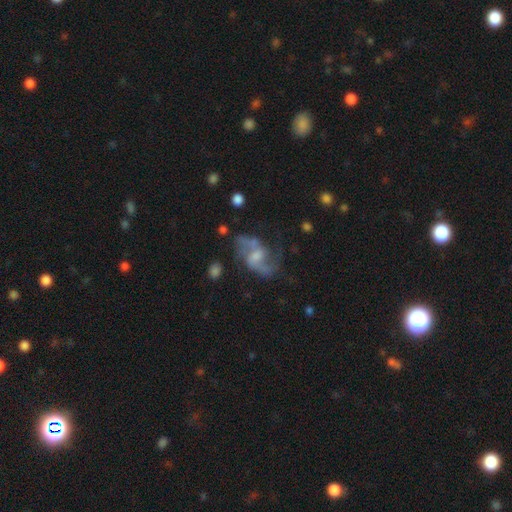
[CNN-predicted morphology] This is likely a featured or disk galaxy (79%). It is clearly not viewed edge-on (97%). Bar: possibly weak (49%). Spiral arm pattern: clearly yes (89%). Spiral arm count: clearly 2 (84%). Spiral winding: possibly loose (55%). Central bulge: marginally small (36%). Merging: possibly none (54%).